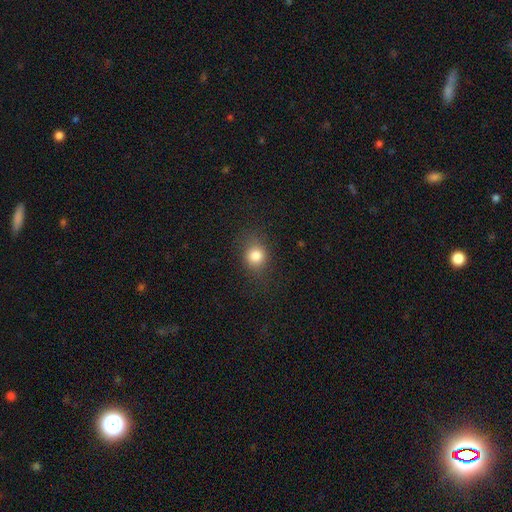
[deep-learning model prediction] Smooth or featured?
  - smooth: 81% *
  - star or artifact: 12%
  - featured or disk: 7%
How rounded?
  - round: 67% *
  - in between: 32%
  - cigar-shaped: 1%
Merging?
  - none: 80% *
  - minor disturbance: 14%
  - major disturbance: 6%
  - merger: 1%